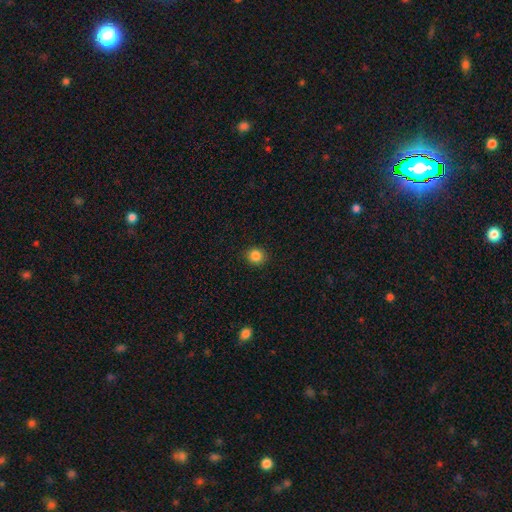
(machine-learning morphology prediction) Smooth or featured? Predicted: smooth (p=0.85). How rounded? Predicted: round (p=0.90). Merging? Predicted: none (p=0.91).